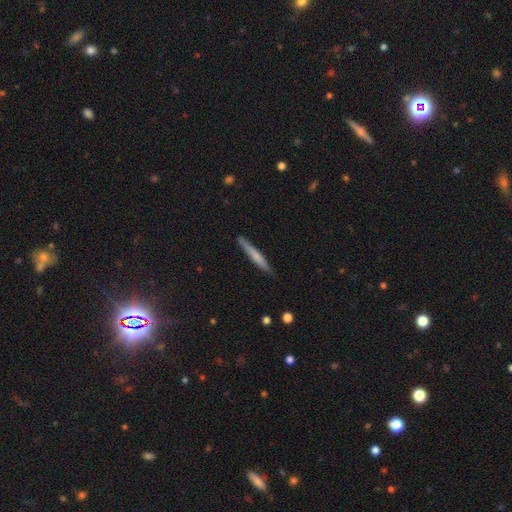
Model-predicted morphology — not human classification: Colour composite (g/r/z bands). It shows a smooth galaxy with no disk features (61%) that is cigar-shaped (96%). Merging: none (87%).